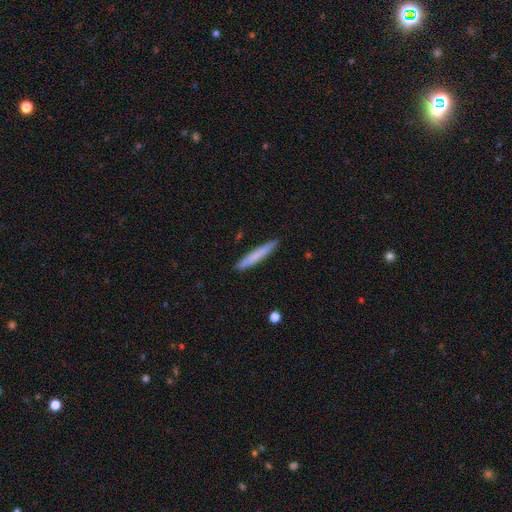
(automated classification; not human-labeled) A smooth galaxy with no disk features (75%) that is cigar-shaped (96%). Merging: none (91%).